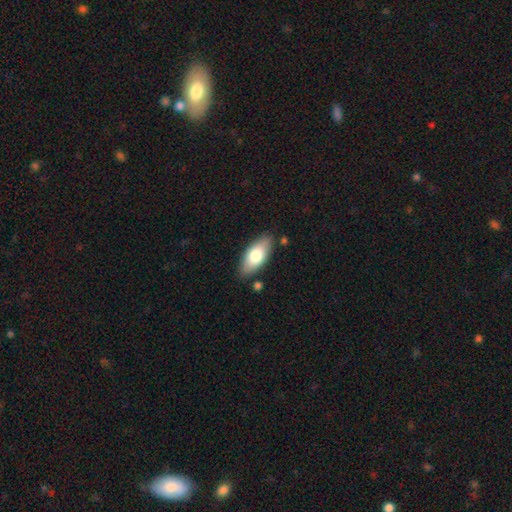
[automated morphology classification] Smooth or featured? Predicted: smooth (p=0.72). How rounded? Predicted: in between (p=0.85). Merging? Predicted: none (p=0.83).